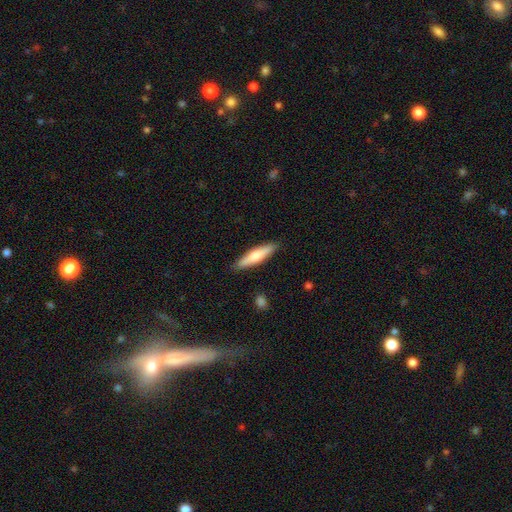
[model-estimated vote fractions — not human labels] smooth_or_featured: smooth (p=0.62) [alt: featured or disk p=0.32]
how_rounded: cigar-shaped (p=0.79) [alt: in between p=0.19]
merging: none (p=0.88) [alt: minor disturbance p=0.08]